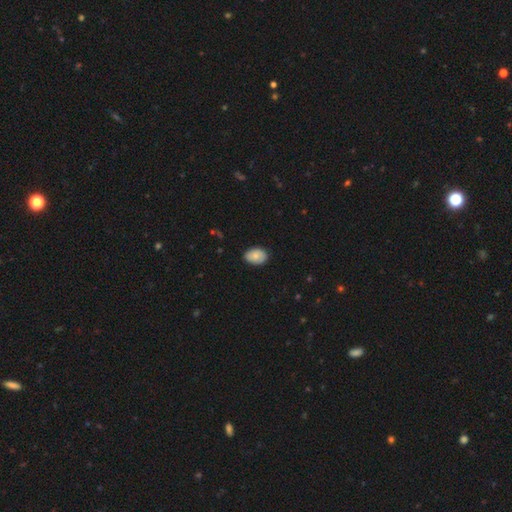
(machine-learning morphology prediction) This appears to be a smooth galaxy with no disk features (81%) that is in between round and cigar-shaped (81%). Merging: none (84%).